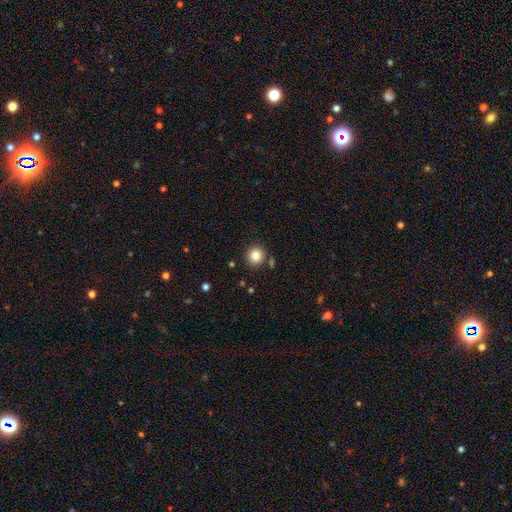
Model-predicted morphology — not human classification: Overall: smooth (84%). How rounded: round (92%). Merging: none (87%).